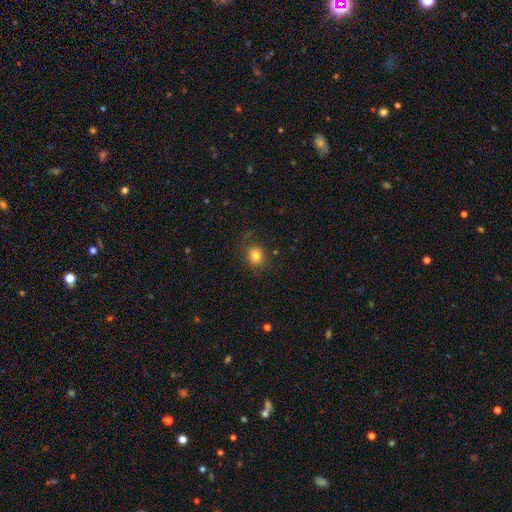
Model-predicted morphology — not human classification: This is clearly a smooth galaxy (81%). How rounded: likely round (78%). Merging: clearly none (82%).